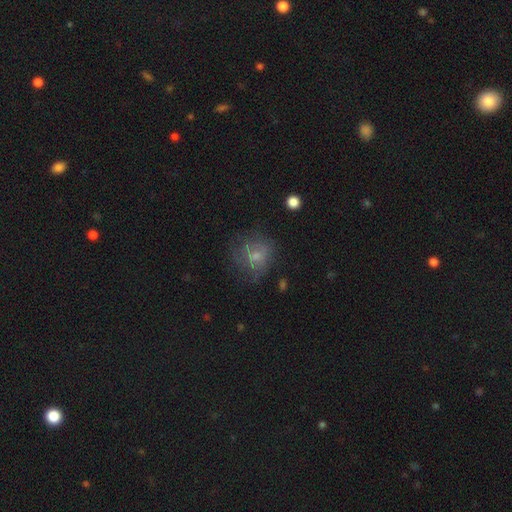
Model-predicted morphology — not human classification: smooth_or_featured: smooth (p=0.48) [alt: featured or disk p=0.38]
merging: none (p=0.48) [alt: major disturbance p=0.25]